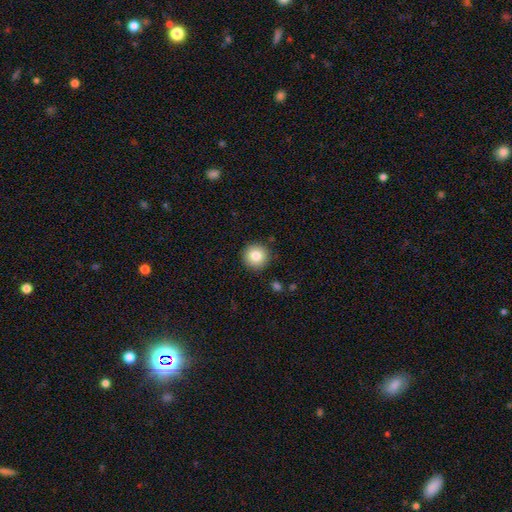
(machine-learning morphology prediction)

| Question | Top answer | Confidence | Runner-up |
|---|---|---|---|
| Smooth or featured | smooth | 84% | star or artifact (9%) |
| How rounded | round | 95% | in between (4%) |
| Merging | none | 90% | minor disturbance (7%) |